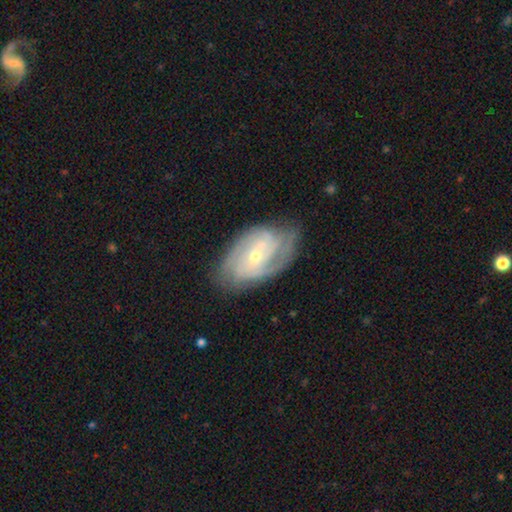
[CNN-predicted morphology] A featured or disk galaxy (85%) with no bar (43%), 2 (32%) tight (59%) spiral arms (96%) and a small central bulge (62%). Merging: none (72%).